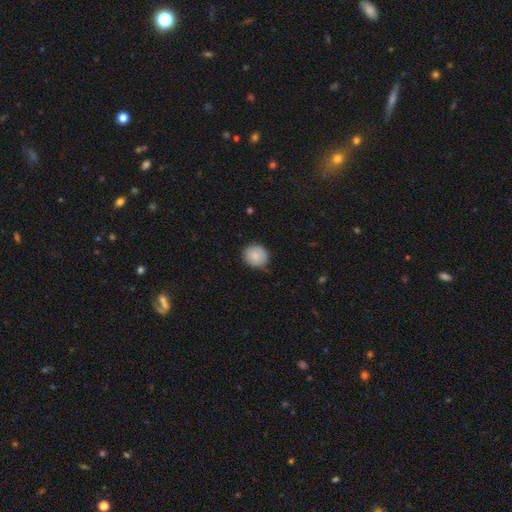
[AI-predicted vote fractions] smooth-or-featured: smooth: 85% | featured or disk: 8% | star or artifact: 7%
  how-rounded: round: 86% | in between: 13% | cigar-shaped: 1%
  merging: none: 81% | minor disturbance: 15% | major disturbance: 2% | merger: 1%